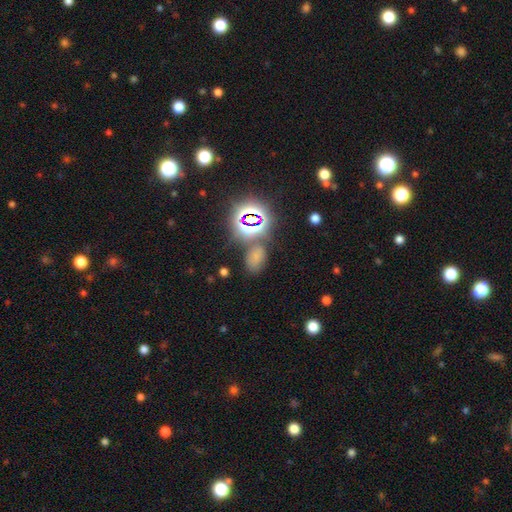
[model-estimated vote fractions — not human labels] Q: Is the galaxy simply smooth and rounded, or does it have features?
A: smooth — 56%.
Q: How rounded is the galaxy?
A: in between — 83%.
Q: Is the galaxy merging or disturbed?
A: none — 66%.